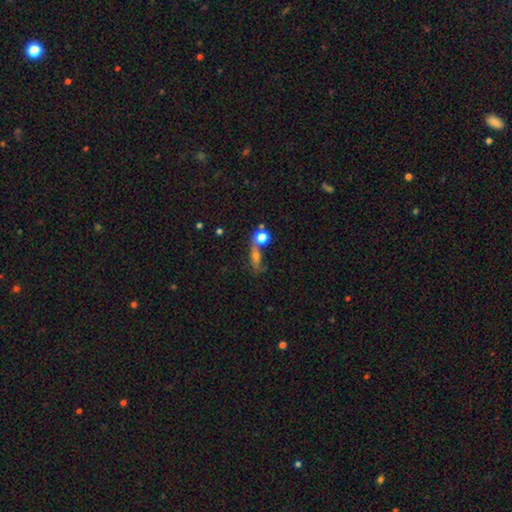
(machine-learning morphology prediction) A smooth galaxy with no disk features (47%).

Vote fractions:
- Smooth or featured? smooth: 47% / featured or disk: 30% / star or artifact: 22%
- Merging? none: 40% / merger: 30% / major disturbance: 15% / minor disturbance: 15%